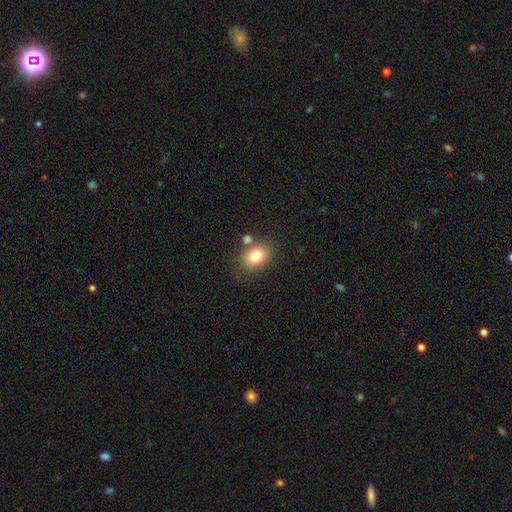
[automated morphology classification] smooth-or-featured: smooth: 80% | featured or disk: 11% | star or artifact: 9%
  how-rounded: in between: 72% | round: 27% | cigar-shaped: 1%
  merging: none: 71% | merger: 13% | minor disturbance: 12% | major disturbance: 3%